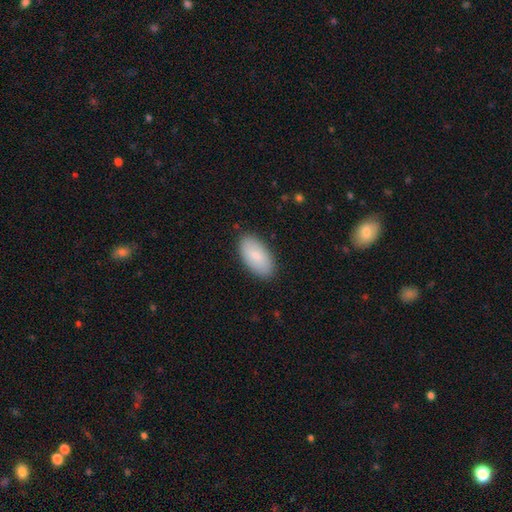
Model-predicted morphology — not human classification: Smooth or featured? Predicted: smooth (p=0.81). How rounded? Predicted: in between (p=0.94). Merging? Predicted: none (p=0.87).